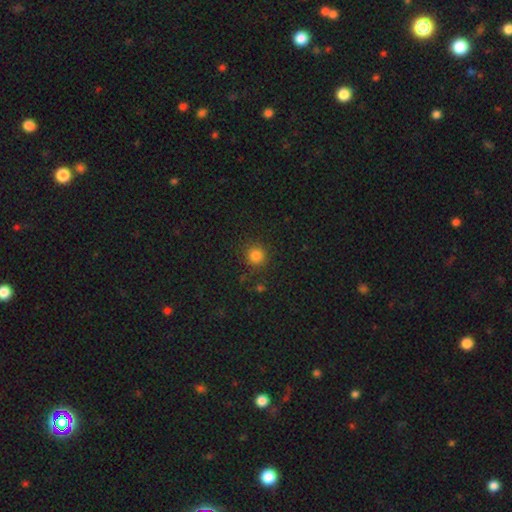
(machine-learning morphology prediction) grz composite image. It shows a smooth galaxy with no disk features (83%) that is round (93%). Merging: none (87%).